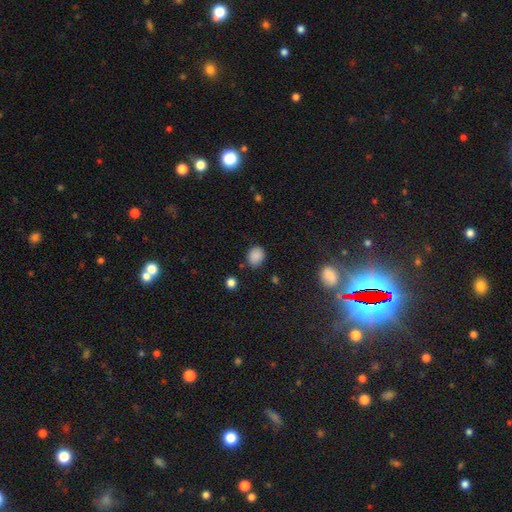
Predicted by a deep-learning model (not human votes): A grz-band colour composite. It shows a smooth galaxy with no disk features (85%) that is round (61%). Merging: none (75%).